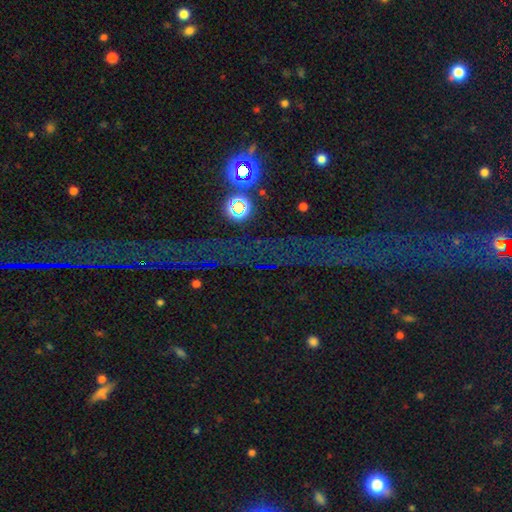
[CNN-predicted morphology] Smooth or featured? Predicted: star or artifact (p=0.77).